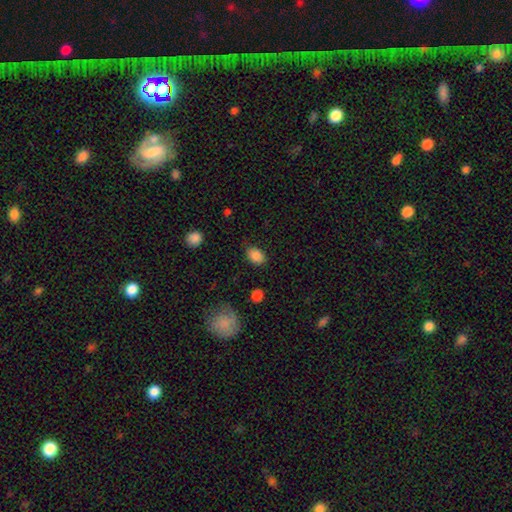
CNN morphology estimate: Smooth or featured? Predicted: smooth (p=0.85). How rounded? Predicted: in between (p=0.81). Merging? Predicted: none (p=0.78).